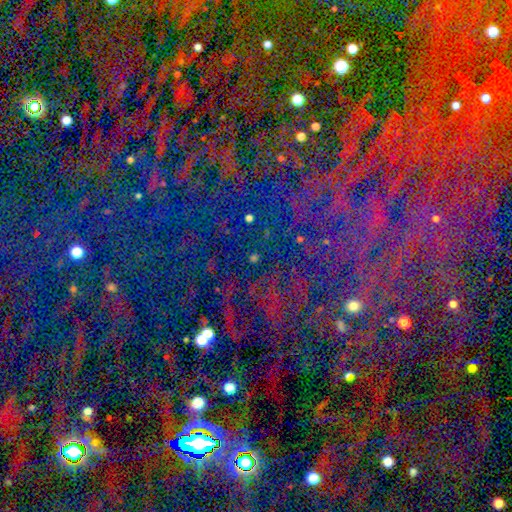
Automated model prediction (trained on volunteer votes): A star or artifact, not a galaxy (78%).

Vote fractions:
- Smooth or featured? star or artifact: 78% / smooth: 13% / featured or disk: 9%